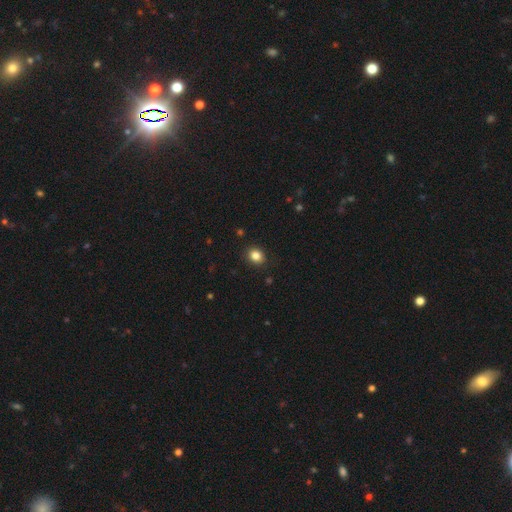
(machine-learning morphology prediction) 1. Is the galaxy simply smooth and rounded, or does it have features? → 85% smooth, 10% star or artifact, 5% featured or disk.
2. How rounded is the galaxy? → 58% round, 41% in between, 1% cigar-shaped.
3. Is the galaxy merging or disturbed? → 89% none, 8% minor disturbance, 2% major disturbance, 1% merger.